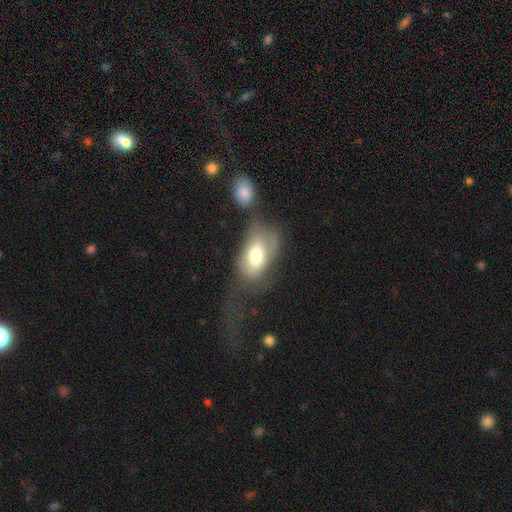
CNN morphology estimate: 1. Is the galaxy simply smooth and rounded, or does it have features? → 63% smooth, 30% featured or disk, 7% star or artifact.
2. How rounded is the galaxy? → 90% in between, 7% round, 3% cigar-shaped.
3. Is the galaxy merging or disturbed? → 40% major disturbance, 21% none, 20% minor disturbance, 19% merger.